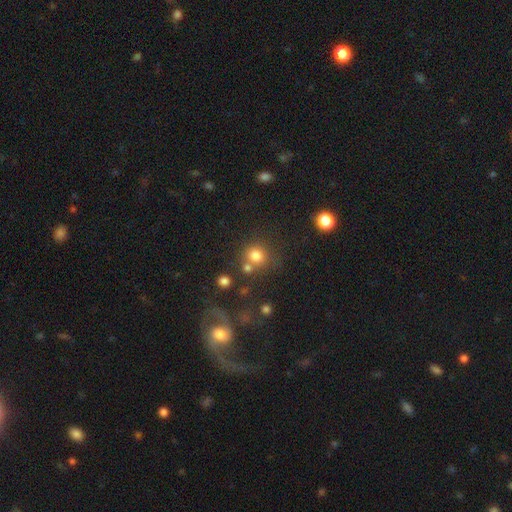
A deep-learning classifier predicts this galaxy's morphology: A smooth galaxy with no disk features (77%) that is round (84%).

Vote fractions:
- Smooth or featured? smooth: 77% / star or artifact: 15% / featured or disk: 8%
- How rounded? round: 84% / in between: 15% / cigar-shaped: 1%
- Merging? none: 63% / merger: 20% / minor disturbance: 11% / major disturbance: 5%